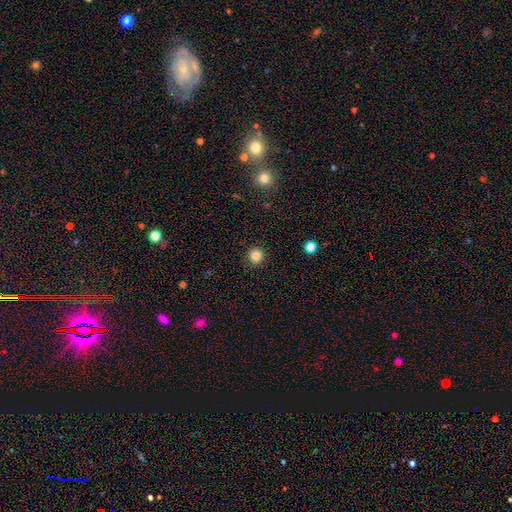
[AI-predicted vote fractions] Overall: smooth (83%). How rounded: round (94%). Merging: none (92%).